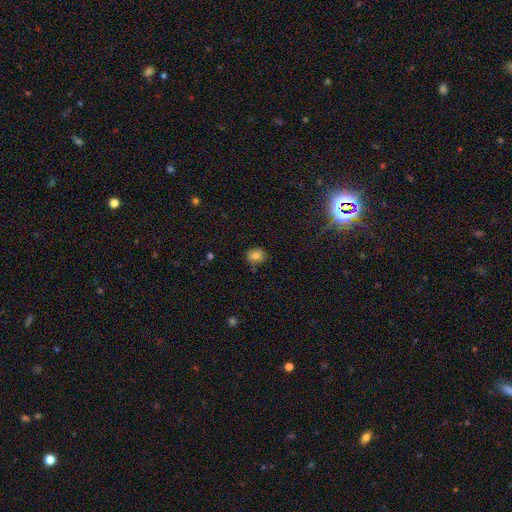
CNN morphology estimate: Q: Smooth or featured?
A: smooth (80%); runner-up: star or artifact (12%)
Q: How rounded?
A: round (72%); runner-up: in between (27%)
Q: Merging?
A: none (82%); runner-up: minor disturbance (13%)